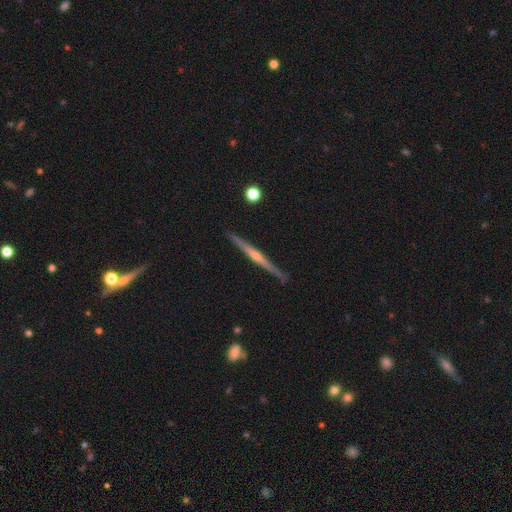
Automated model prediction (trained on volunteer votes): Smooth or featured? Predicted: featured or disk (p=0.81). Edge-on disk? Predicted: yes (p=0.98). Edge-on bulge? Predicted: rounded (p=0.79). Merging? Predicted: none (p=0.90).